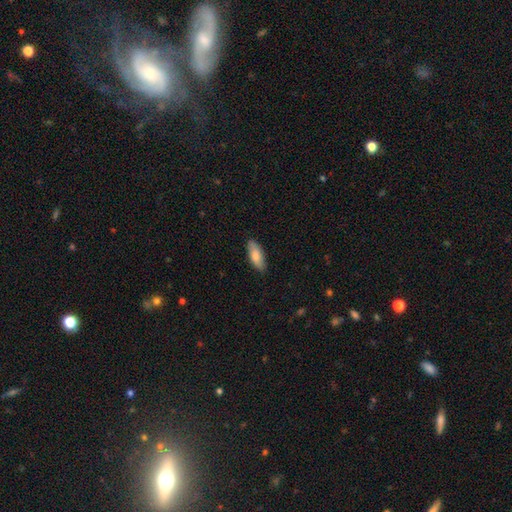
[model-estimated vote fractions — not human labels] Overall: smooth (79%). How rounded: in between (75%). Merging: none (87%).